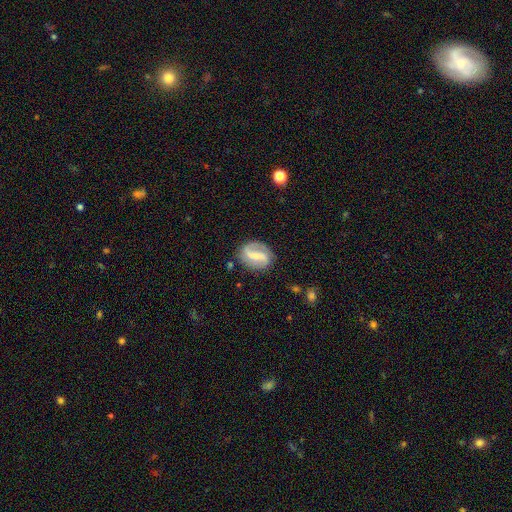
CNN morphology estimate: smooth-or-featured: featured or disk: 76% | smooth: 18% | star or artifact: 6%
  disk-edge-on: no: 97% | yes: 3%
    bar: strong: 52% | weak: 34% | no: 14%
    has-spiral-arms: yes: 89% | no: 11%
      spiral-winding: loose: 50% | medium: 33% | tight: 16%
      spiral-arm-count: 2: 84% | 1: 7% | can't tell: 6% | 3: 1% | 4: 1% | more than 4: 1%
    bulge-size: small: 49% | moderate: 25% | none: 22% | large: 3% | dominant: 1%
  merging: none: 77% | minor disturbance: 16% | major disturbance: 6% | merger: 2%